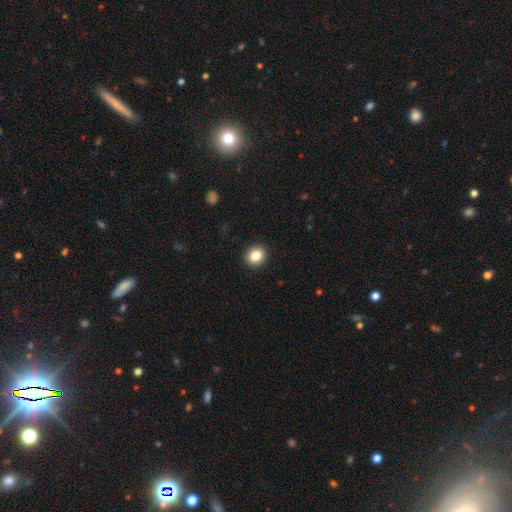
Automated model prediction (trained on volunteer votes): The model was most divided on "how rounded": round: 82%, in between: 17%, cigar-shaped: 1%. More confident: merging — none (92%); smooth or featured — smooth (84%).